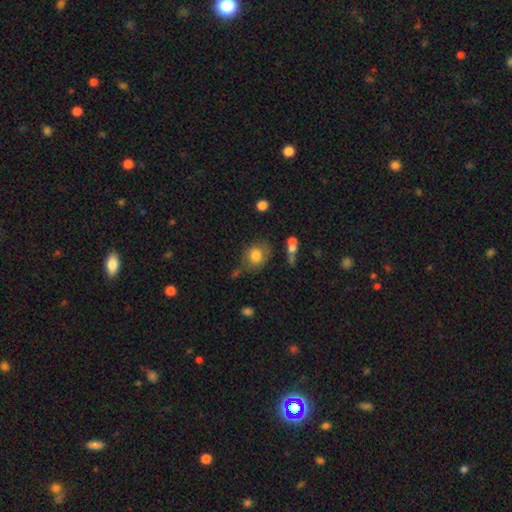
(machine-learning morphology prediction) This appears to be a smooth galaxy with no disk features (76%) that is round (62%). Merging: none (61%).